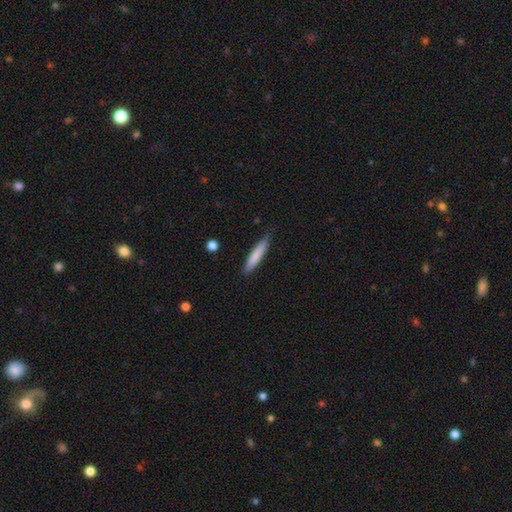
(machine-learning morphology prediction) A smooth galaxy with no disk features (78%) that is cigar-shaped (89%). Merging: none (80%).